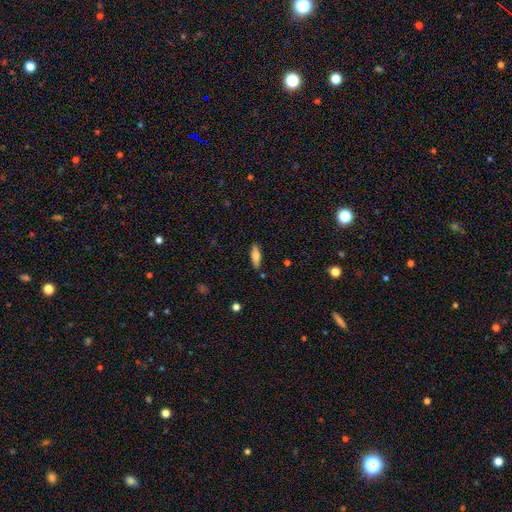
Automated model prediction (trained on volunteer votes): Morphology: type=smooth (71%); roundness=in between (56%); merging=none (86%).